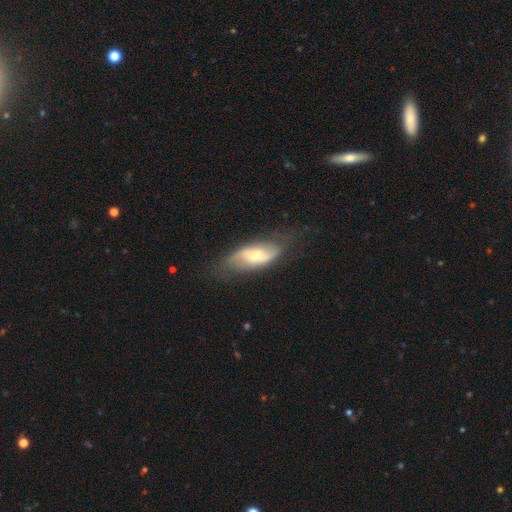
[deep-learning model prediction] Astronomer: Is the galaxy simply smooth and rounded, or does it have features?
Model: featured or disk — 60%.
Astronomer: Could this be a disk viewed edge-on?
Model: no — 88%.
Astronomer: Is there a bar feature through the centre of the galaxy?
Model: weak — 40% (runner-up: no, 37%).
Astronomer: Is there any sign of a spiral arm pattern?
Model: yes — 84%.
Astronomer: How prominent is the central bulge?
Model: moderate — 43% (runner-up: small, 40%).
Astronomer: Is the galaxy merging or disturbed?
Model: none — 62%.